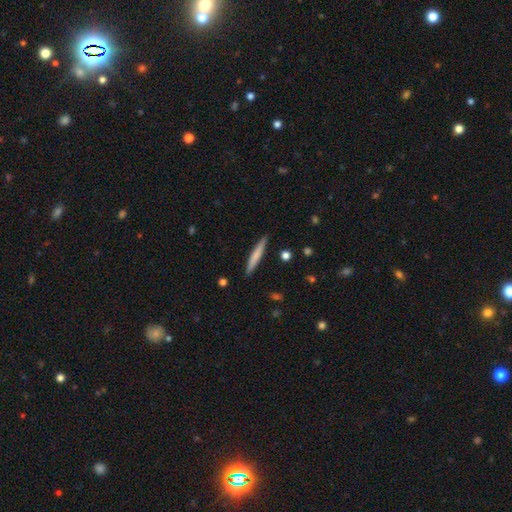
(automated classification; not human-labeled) smooth_or_featured: smooth (p=0.69) [alt: featured or disk p=0.26]
how_rounded: cigar-shaped (p=0.95) [alt: in between p=0.04]
merging: none (p=0.89) [alt: minor disturbance p=0.08]